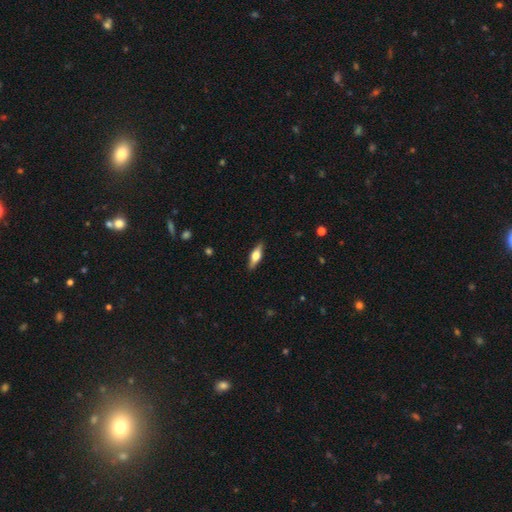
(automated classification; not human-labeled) A featured or disk galaxy (50%).

Vote fractions:
- Smooth or featured? featured or disk: 50% / smooth: 44% / star or artifact: 6%
- Merging? none: 88% / minor disturbance: 9% / major disturbance: 2% / merger: 1%